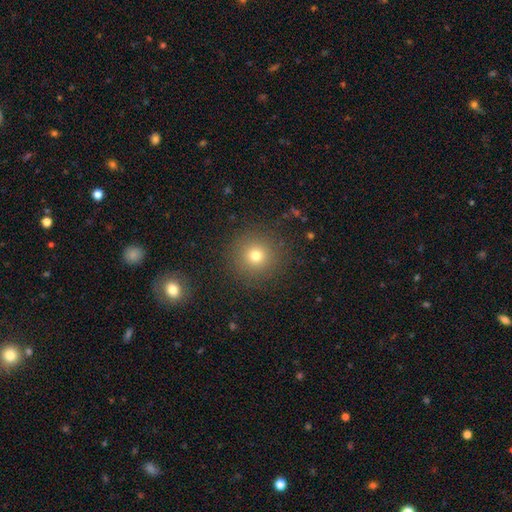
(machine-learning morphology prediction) Smooth or featured?
  - smooth: 73% *
  - star or artifact: 17%
  - featured or disk: 10%
How rounded?
  - round: 95% *
  - in between: 4%
  - cigar-shaped: 1%
Merging?
  - none: 89% *
  - minor disturbance: 6%
  - major disturbance: 3%
  - merger: 1%